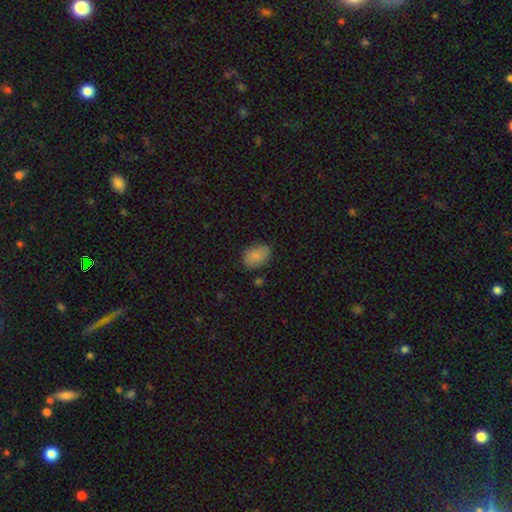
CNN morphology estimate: This appears to be a smooth galaxy with no disk features (84%) that is in between round and cigar-shaped (79%). Merging: none (73%).